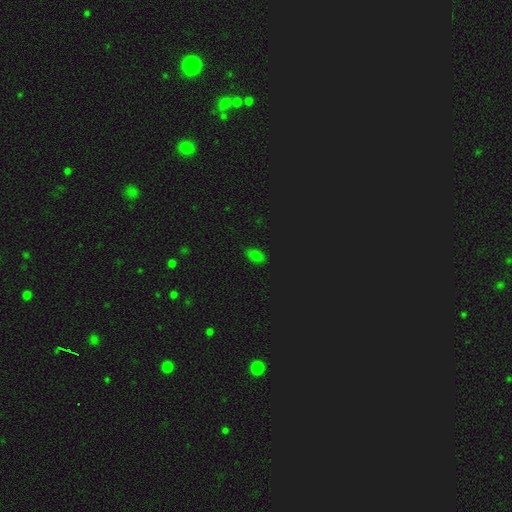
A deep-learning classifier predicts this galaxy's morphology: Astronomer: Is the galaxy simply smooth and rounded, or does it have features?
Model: smooth — 70%.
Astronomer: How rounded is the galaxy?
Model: in between — 89%.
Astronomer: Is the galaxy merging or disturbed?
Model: none — 83%.